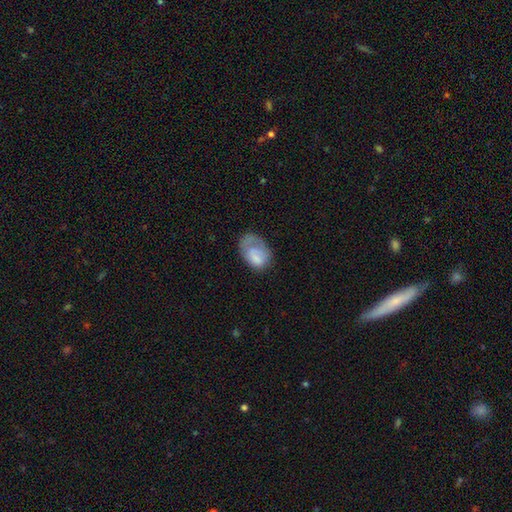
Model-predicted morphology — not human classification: smooth 67%, featured or disk 25%, star or artifact 7%. Down the decision tree: how rounded — in between (83%); merging — none (33%).